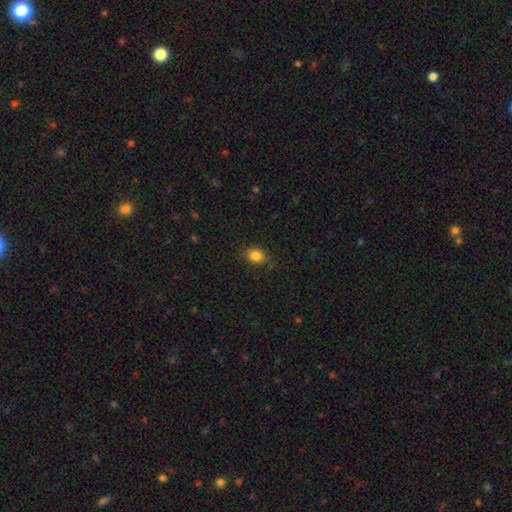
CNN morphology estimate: type=smooth (84%); roundness=in between (59%); merging=none (82%).